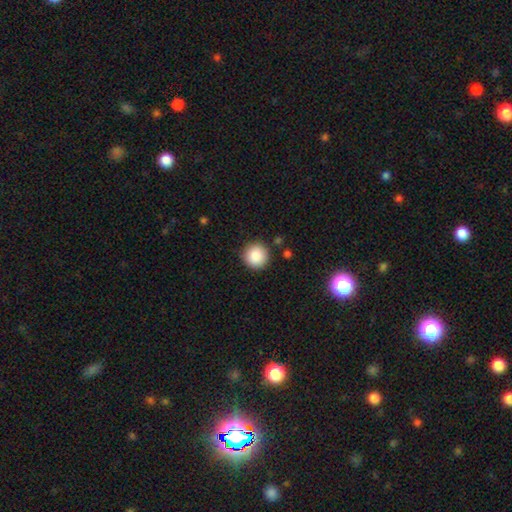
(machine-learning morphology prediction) Q: Smooth or featured?
A: smooth (88%); runner-up: star or artifact (9%)
Q: How rounded?
A: round (95%); runner-up: in between (4%)
Q: Merging?
A: none (89%); runner-up: minor disturbance (7%)